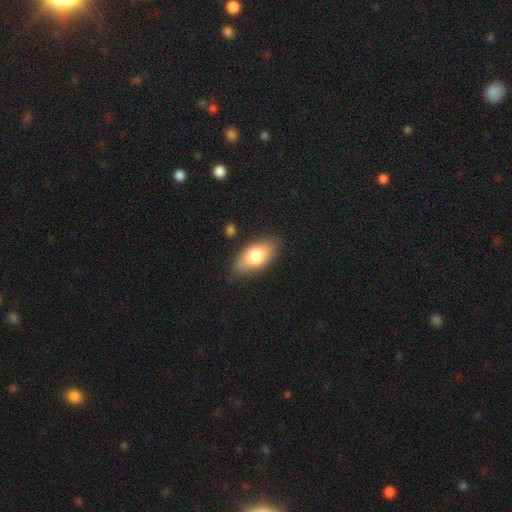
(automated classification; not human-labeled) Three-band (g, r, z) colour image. It shows a smooth galaxy with no disk features (75%) that is in between round and cigar-shaped (88%). Merging: none (79%).